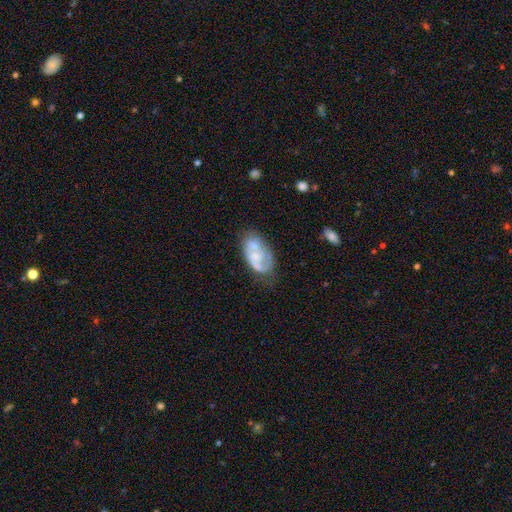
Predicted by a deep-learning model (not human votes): A featured or disk galaxy (60%) with no bar (74%), spiral arms (58%) and a small central bulge (41%).

Vote fractions:
- Smooth or featured? featured or disk: 60% / smooth: 32% / star or artifact: 7%
- Edge-on disk? no: 97% / yes: 3%
- Bar? no: 74% / weak: 22% / strong: 4%
- Spiral arms? yes: 58% / no: 42%
- Bulge size? small: 41% / none: 29% / moderate: 26% / large: 3% / dominant: 1%
- Merging? none: 45% / minor disturbance: 27% / major disturbance: 17% / merger: 10%